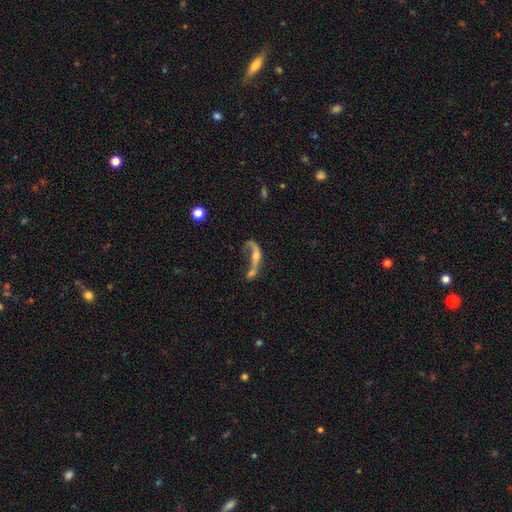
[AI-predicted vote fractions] Smooth or featured? featured or disk (58%)
Edge-on disk? no (73%)
Merging? merger (44%)